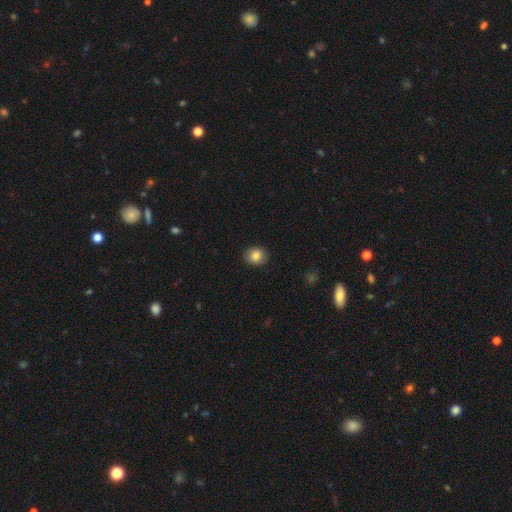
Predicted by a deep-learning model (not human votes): Q: Smooth or featured?
A: smooth (84%); runner-up: star or artifact (9%)
Q: How rounded?
A: round (71%); runner-up: in between (28%)
Q: Merging?
A: none (88%); runner-up: minor disturbance (9%)